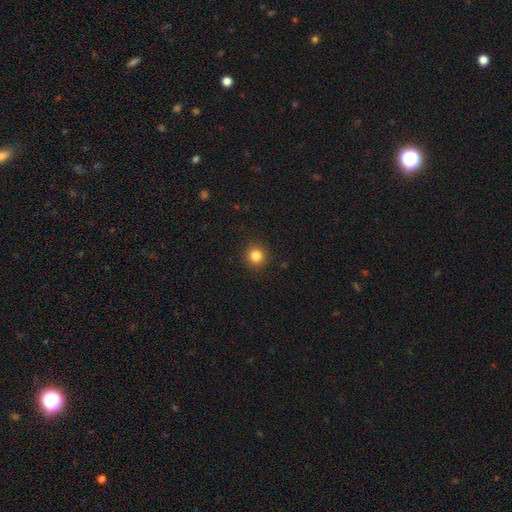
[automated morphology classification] A smooth galaxy with no disk features (84%) that is round (92%). Merging: none (91%).